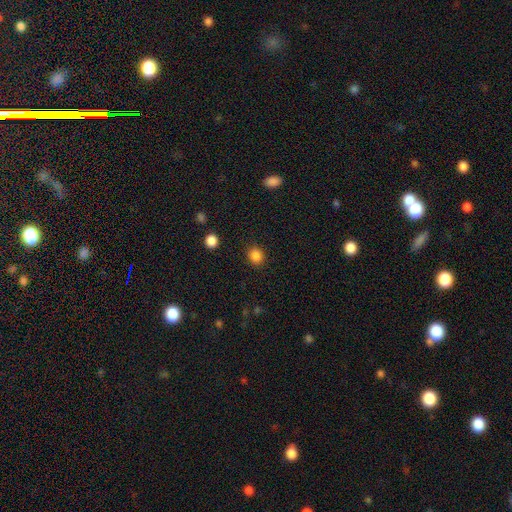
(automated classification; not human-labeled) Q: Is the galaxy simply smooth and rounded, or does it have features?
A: smooth — 86%.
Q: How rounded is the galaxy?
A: round — 71%.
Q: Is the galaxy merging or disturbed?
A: none — 88%.